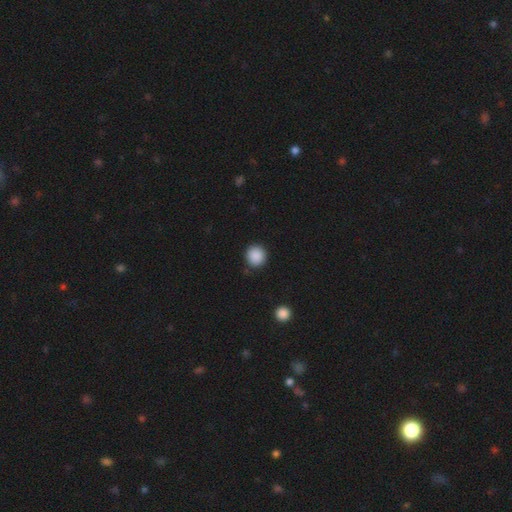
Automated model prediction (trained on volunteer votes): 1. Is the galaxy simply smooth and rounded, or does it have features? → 89% smooth, 9% star or artifact, 3% featured or disk.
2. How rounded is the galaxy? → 93% round, 6% in between, 1% cigar-shaped.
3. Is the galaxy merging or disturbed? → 90% none, 7% minor disturbance, 2% major disturbance, 1% merger.